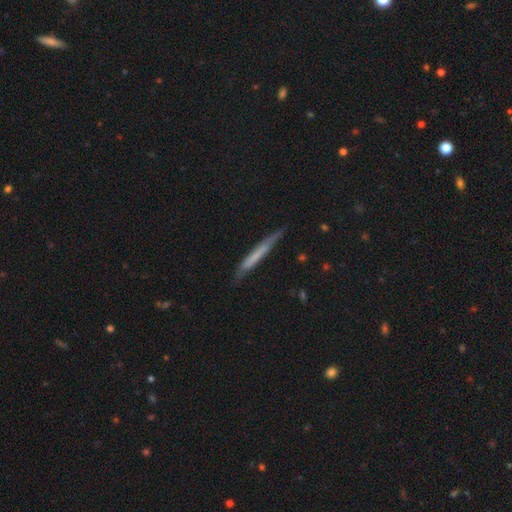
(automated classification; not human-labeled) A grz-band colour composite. It shows a smooth galaxy with no disk features (55%) that is cigar-shaped (96%). Merging: none (78%).